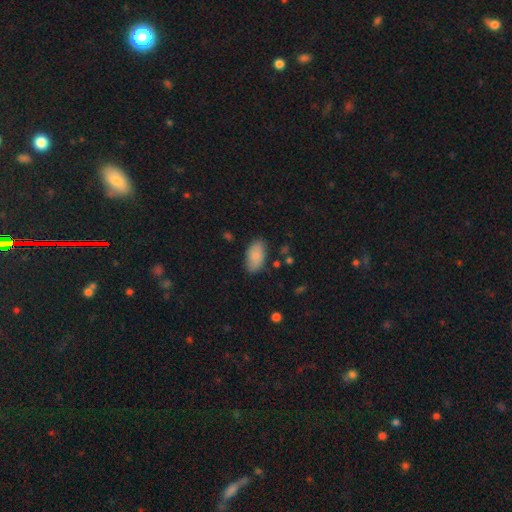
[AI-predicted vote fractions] A smooth galaxy with no disk features (85%) that is in between round and cigar-shaped (94%). Merging: none (82%).